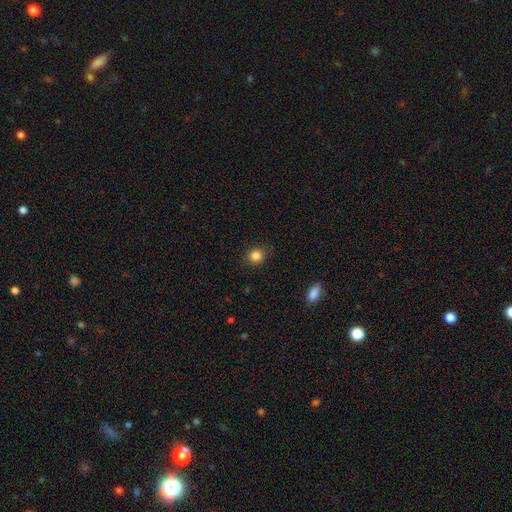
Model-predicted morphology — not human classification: smooth_or_featured: smooth (p=0.84) [alt: star or artifact p=0.12]
how_rounded: round (p=0.88) [alt: in between p=0.11]
merging: none (p=0.88) [alt: minor disturbance p=0.08]